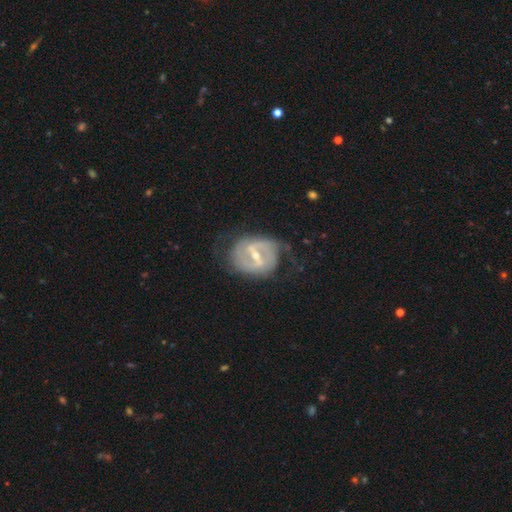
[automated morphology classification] A featured or disk galaxy (83%) with a strong bar (54%), 2 (72%) medium (42%) spiral arms (80%) and a small central bulge (53%).

Vote fractions:
- Smooth or featured? featured or disk: 83% / smooth: 11% / star or artifact: 6%
- Edge-on disk? no: 96% / yes: 4%
- Bar? strong: 54% / weak: 37% / no: 10%
- Spiral arms? yes: 80% / no: 20%
- Spiral winding? medium: 42% / tight: 35% / loose: 23%
- Spiral arm count? 2: 72% / can't tell: 17% / 3: 4% / 1: 4% / 4: 2% / more than 4: 1%
- Bulge size? small: 53% / moderate: 43% / large: 1% / none: 1% / dominant: 1%
- Merging? none: 60% / minor disturbance: 23% / major disturbance: 15% / merger: 2%